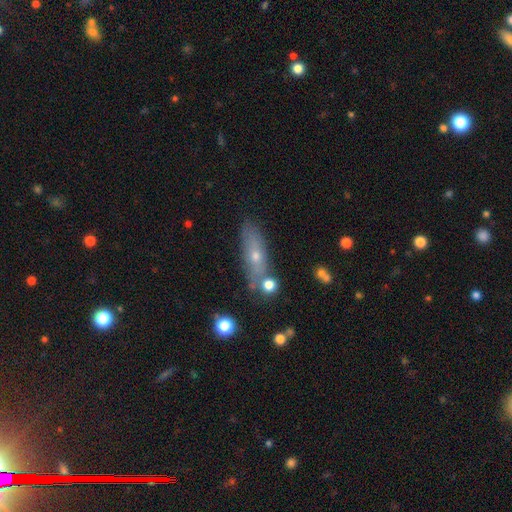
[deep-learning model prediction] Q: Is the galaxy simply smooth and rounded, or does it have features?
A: smooth — 48%.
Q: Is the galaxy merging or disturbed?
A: none — 73%.